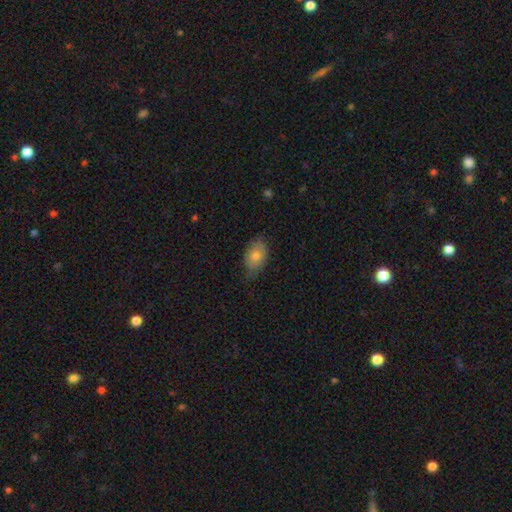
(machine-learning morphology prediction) Overall: smooth (73%). How rounded: in between (88%). Merging: none (70%).